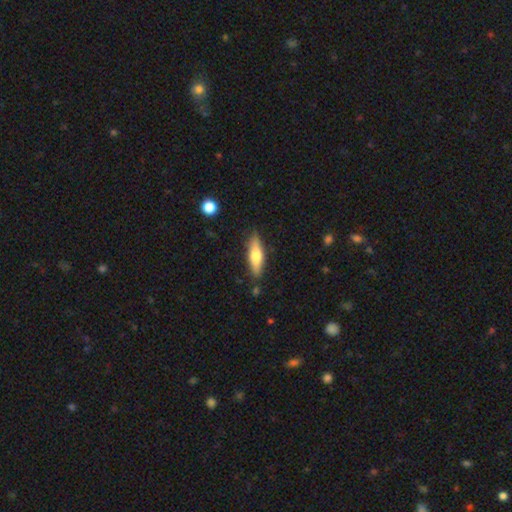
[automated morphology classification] smooth-or-featured: smooth: 64% | featured or disk: 30% | star or artifact: 6%
  how-rounded: cigar-shaped: 59% | in between: 39% | round: 2%
  merging: none: 83% | minor disturbance: 12% | major disturbance: 2% | merger: 2%